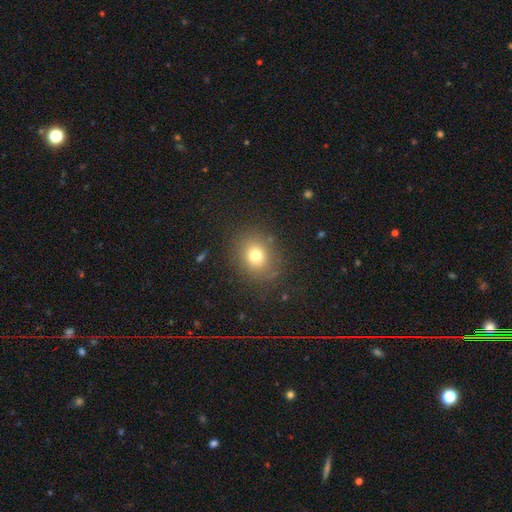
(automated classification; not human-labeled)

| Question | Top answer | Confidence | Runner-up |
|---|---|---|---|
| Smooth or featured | smooth | 73% | star or artifact (16%) |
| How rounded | round | 71% | in between (28%) |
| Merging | none | 84% | minor disturbance (10%) |